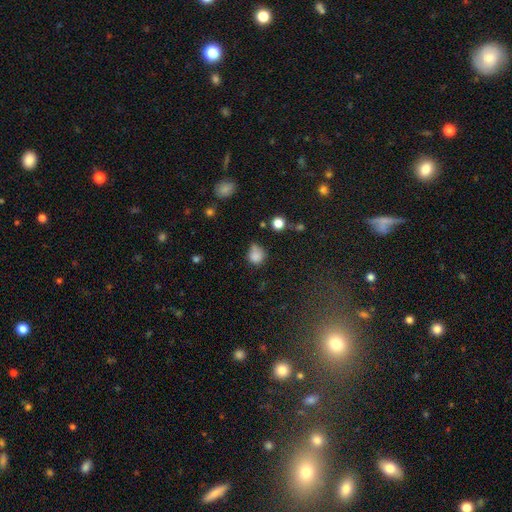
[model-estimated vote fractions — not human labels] This is clearly a smooth galaxy (81%). How rounded: likely round (75%). Merging: possibly none (49%).